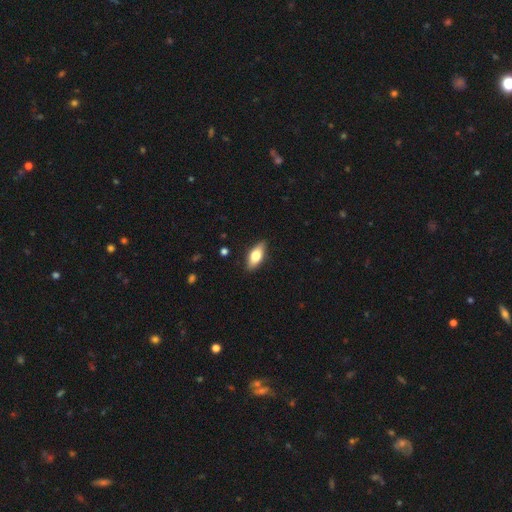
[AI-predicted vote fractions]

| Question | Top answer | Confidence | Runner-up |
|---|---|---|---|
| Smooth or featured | smooth | 69% | featured or disk (25%) |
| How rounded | in between | 82% | cigar-shaped (15%) |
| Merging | none | 86% | minor disturbance (11%) |